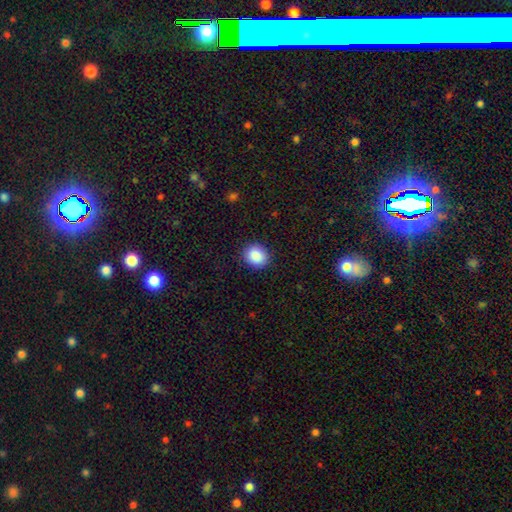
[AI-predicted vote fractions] Smooth or featured? smooth (87%)
How rounded? round (72%)
Merging? none (90%)